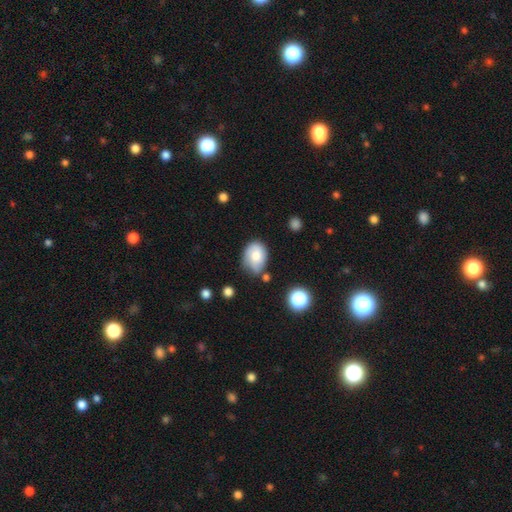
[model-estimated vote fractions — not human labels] smooth-or-featured: smooth: 64% | featured or disk: 27% | star or artifact: 9%
  how-rounded: in between: 69% | round: 30% | cigar-shaped: 1%
  merging: none: 54% | minor disturbance: 32% | major disturbance: 8% | merger: 6%